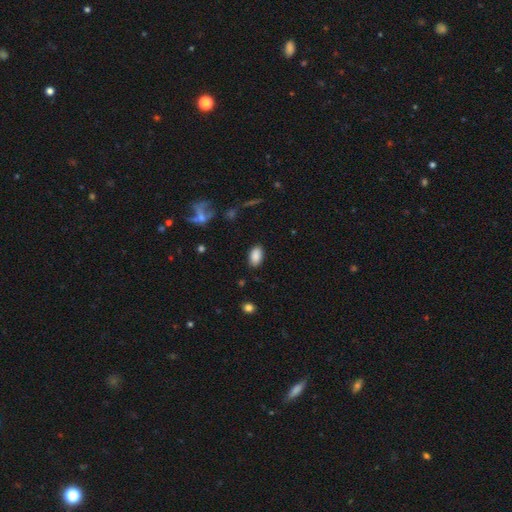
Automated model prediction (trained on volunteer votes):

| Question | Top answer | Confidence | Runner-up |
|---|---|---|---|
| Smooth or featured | smooth | 87% | star or artifact (8%) |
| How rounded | in between | 93% | round (5%) |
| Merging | none | 85% | minor disturbance (11%) |